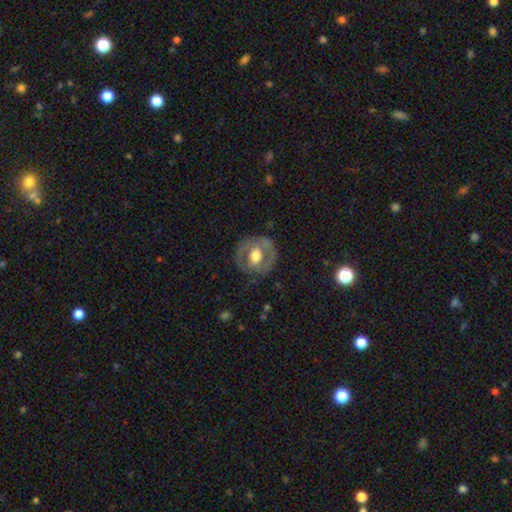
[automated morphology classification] Smooth or featured: featured or disk — 58% (smooth — 36%)
Edge-on disk: no — 95% (yes — 5%)
Bar: no — 62% (weak — 27%)
Spiral arms: no — 66% (yes — 34%)
Bulge size: moderate — 59% (large — 33%)
Merging: none — 76% (minor disturbance — 15%)